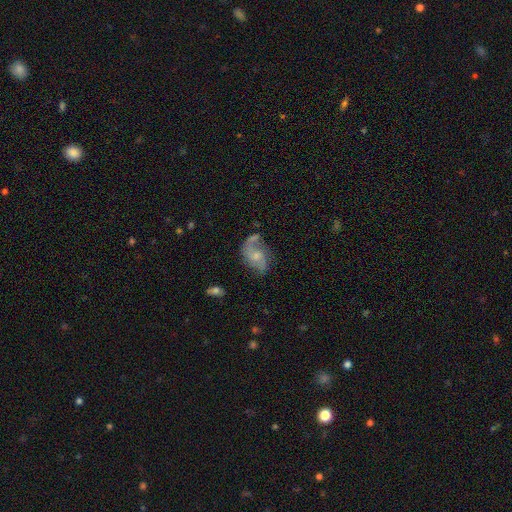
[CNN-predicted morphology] This is likely a featured or disk galaxy (75%). It is clearly not viewed edge-on (97%). Bar: likely no (62%). Spiral arm pattern: clearly yes (92%). Spiral arm count: clearly 2 (82%). Spiral winding: possibly loose (51%). Central bulge: possibly small (53%). Merging: possibly none (53%).